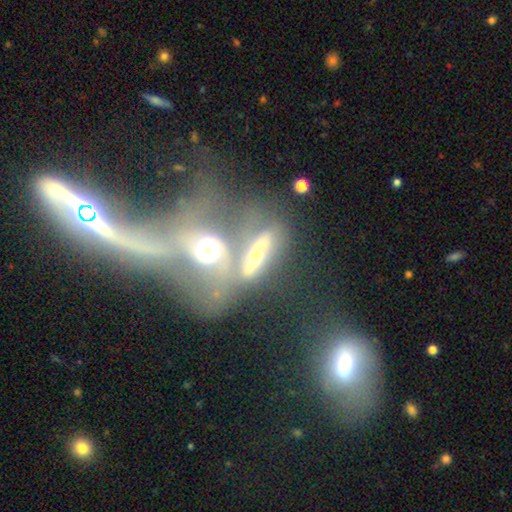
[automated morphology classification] featured or disk 56%, smooth 33%, star or artifact 11%. Down the decision tree: edge-on disk — no (68%); merging — merger (61%).